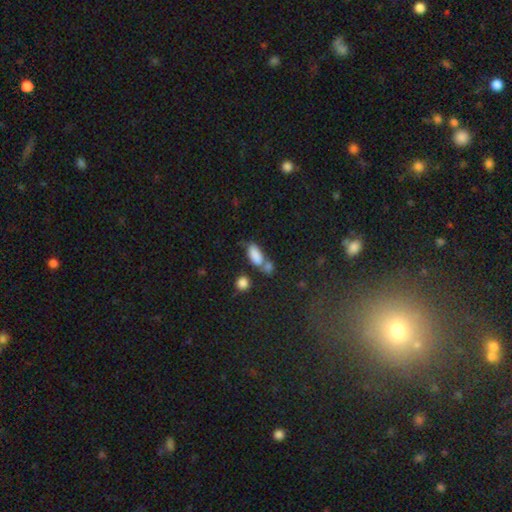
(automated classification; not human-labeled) This appears to be a smooth galaxy with no disk features (84%) that is in between round and cigar-shaped (84%). Merging: none (44%).